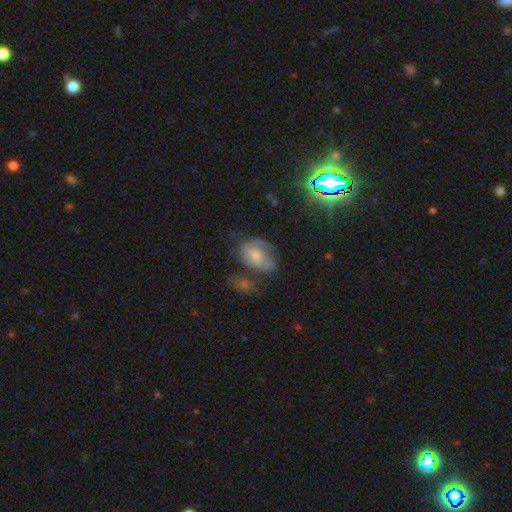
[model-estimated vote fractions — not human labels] The model was most divided on "bulge size": small: 49%, moderate: 36%, none: 8%, large: 5%, dominant: 2%. Remaining: edge-on disk — no (97%); spiral arms — yes (80%); bar — no (68%); smooth or featured — featured or disk (58%); merging — none (41%).